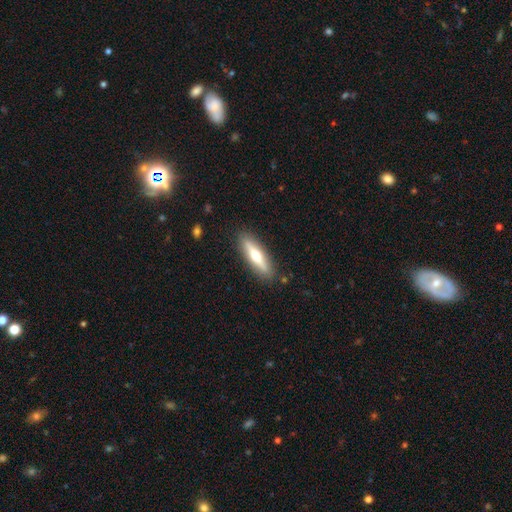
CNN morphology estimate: smooth_or_featured: featured or disk (p=0.50) [alt: smooth p=0.45]
merging: none (p=0.88) [alt: minor disturbance p=0.09]